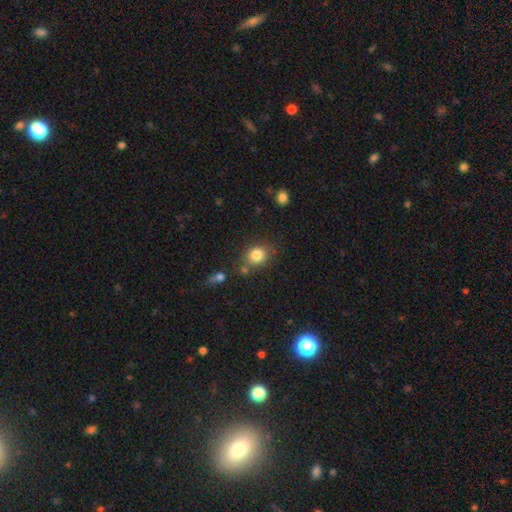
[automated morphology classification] smooth 83%, star or artifact 10%, featured or disk 7%. Down the decision tree: how rounded — round (69%); merging — none (71%).